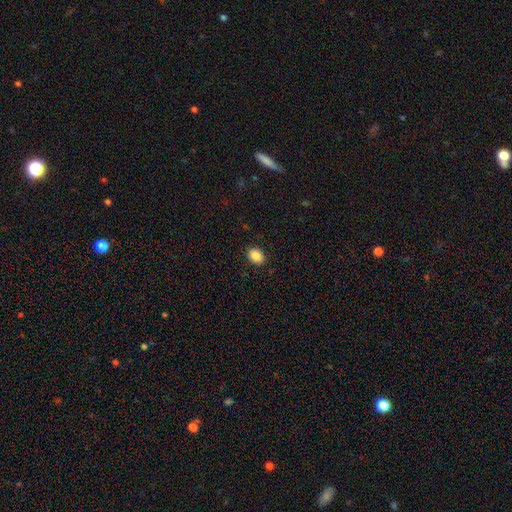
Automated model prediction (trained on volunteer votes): This appears to be a smooth galaxy with no disk features (85%) that is in between round and cigar-shaped (58%). Merging: none (90%).